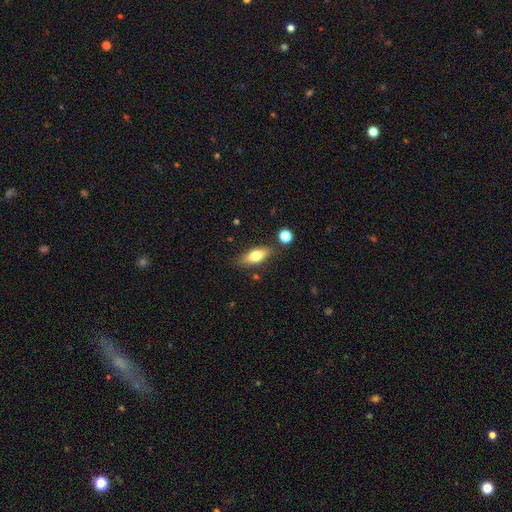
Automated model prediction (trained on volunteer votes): A smooth galaxy with no disk features (68%) that is in between round and cigar-shaped (70%).

Vote fractions:
- Smooth or featured? smooth: 68% / featured or disk: 25% / star or artifact: 7%
- How rounded? in between: 70% / cigar-shaped: 27% / round: 3%
- Merging? none: 80% / minor disturbance: 13% / merger: 4% / major disturbance: 3%